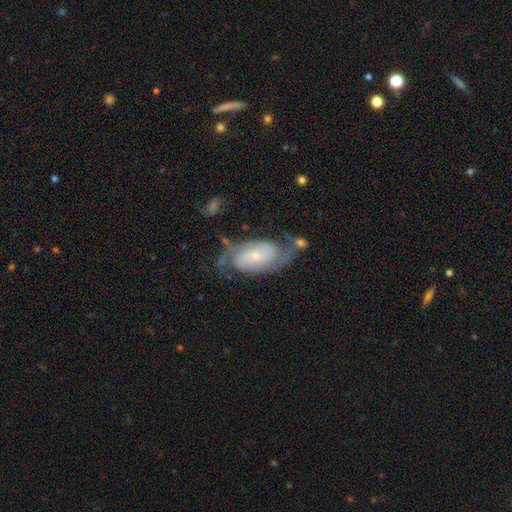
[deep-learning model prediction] smooth-or-featured: featured or disk: 77% | smooth: 17% | star or artifact: 6%
  disk-edge-on: no: 95% | yes: 5%
    bar: no: 57% | weak: 33% | strong: 10%
    has-spiral-arms: yes: 92% | no: 8%
      spiral-winding: medium: 41% | tight: 40% | loose: 19%
      spiral-arm-count: 2: 73% | can't tell: 15% | 3: 5% | 1: 4% | 4: 2% | more than 4: 2%
    bulge-size: small: 67% | moderate: 27% | none: 3% | large: 2% | dominant: 1%
  merging: none: 50% | minor disturbance: 23% | major disturbance: 18% | merger: 9%